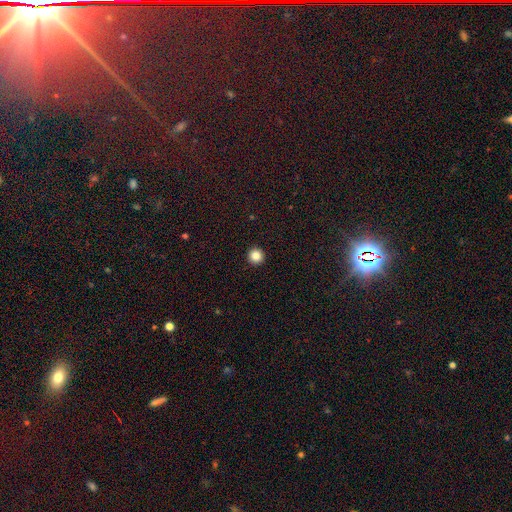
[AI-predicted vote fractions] A smooth galaxy with no disk features (85%) that is round (96%).

Vote fractions:
- Smooth or featured? smooth: 85% / star or artifact: 11% / featured or disk: 4%
- How rounded? round: 96% / in between: 3% / cigar-shaped: 1%
- Merging? none: 94% / minor disturbance: 4% / major disturbance: 1% / merger: 1%